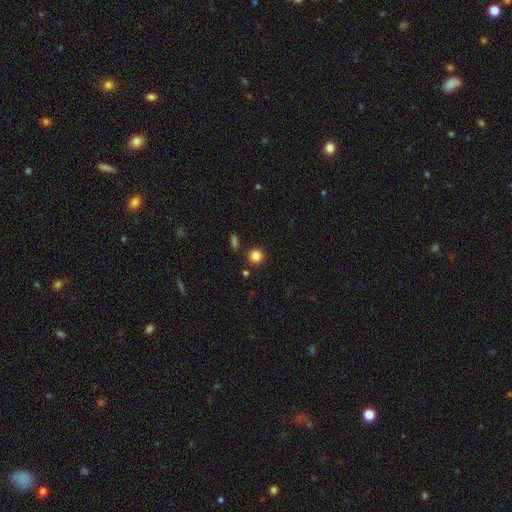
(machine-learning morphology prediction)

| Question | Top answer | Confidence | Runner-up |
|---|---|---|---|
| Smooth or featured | smooth | 85% | star or artifact (11%) |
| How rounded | round | 91% | in between (8%) |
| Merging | none | 86% | minor disturbance (6%) |